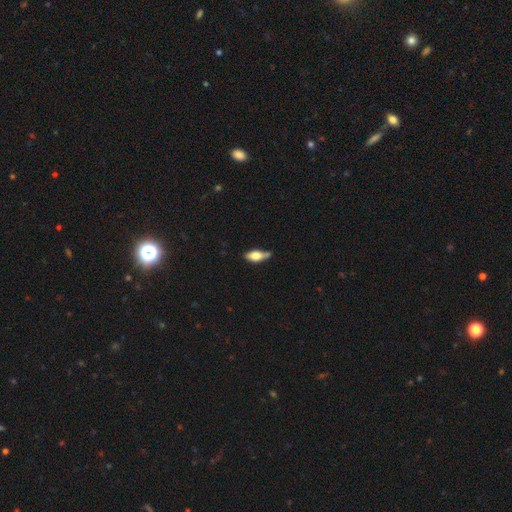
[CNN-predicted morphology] A smooth galaxy with no disk features (61%) that is in between round and cigar-shaped (76%).

Vote fractions:
- Smooth or featured? smooth: 61% / featured or disk: 32% / star or artifact: 7%
- How rounded? in between: 76% / cigar-shaped: 20% / round: 4%
- Merging? none: 59% / minor disturbance: 29% / major disturbance: 7% / merger: 5%